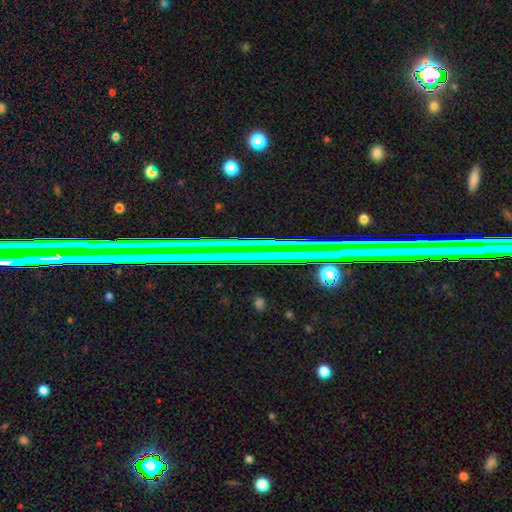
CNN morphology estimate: Smooth or featured: star or artifact — 72% (featured or disk — 18%)